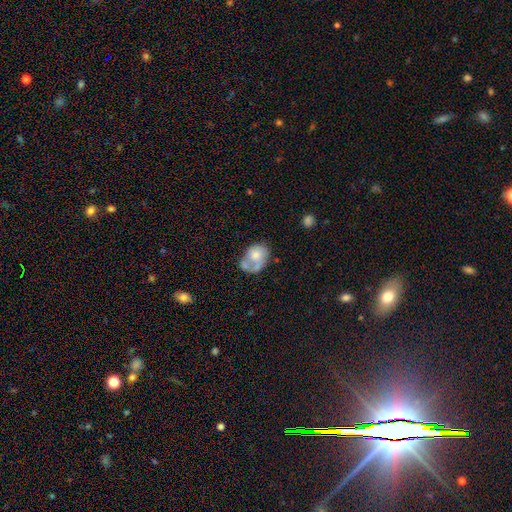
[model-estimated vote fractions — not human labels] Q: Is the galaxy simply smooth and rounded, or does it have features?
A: smooth — 56%.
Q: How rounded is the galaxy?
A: in between — 65%.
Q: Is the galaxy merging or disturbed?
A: none — 29%.